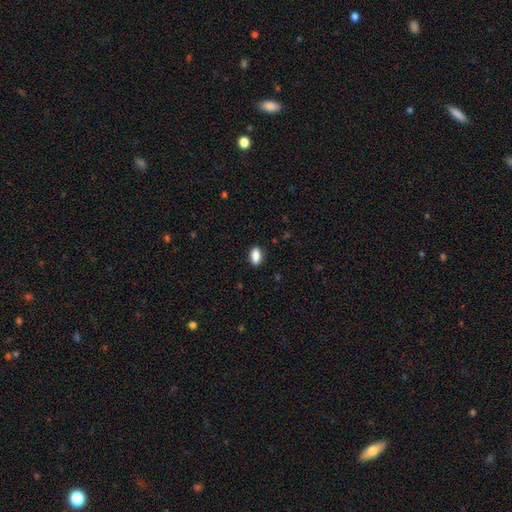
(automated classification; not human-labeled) This is clearly a smooth galaxy (87%). How rounded: clearly in between (88%). Merging: clearly none (88%).